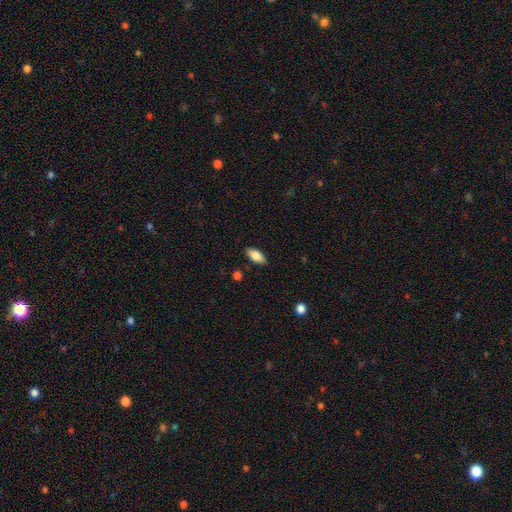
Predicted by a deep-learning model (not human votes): A smooth galaxy with no disk features (80%) that is in between round and cigar-shaped (85%). Merging: none (87%).